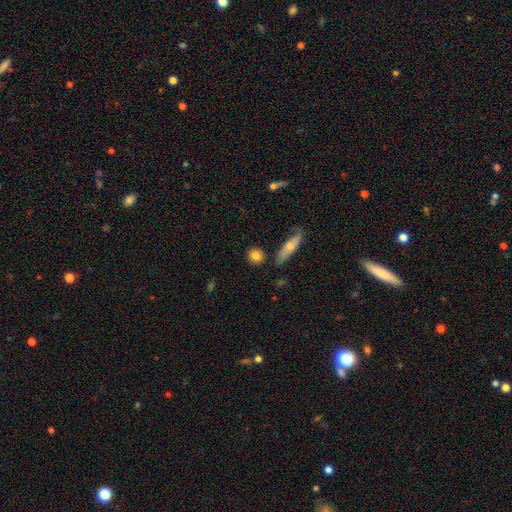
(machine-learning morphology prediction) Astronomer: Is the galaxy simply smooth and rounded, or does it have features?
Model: smooth — 83%.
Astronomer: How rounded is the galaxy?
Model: round — 75%.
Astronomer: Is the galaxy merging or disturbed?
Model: none — 82%.